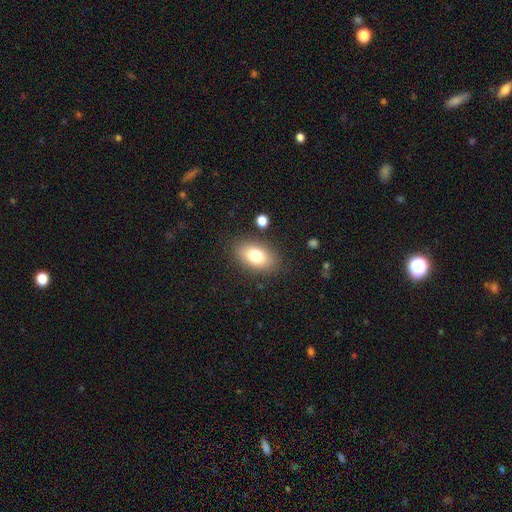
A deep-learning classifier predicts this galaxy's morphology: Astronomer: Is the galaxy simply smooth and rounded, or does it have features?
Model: smooth — 79%.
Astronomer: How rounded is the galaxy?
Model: in between — 89%.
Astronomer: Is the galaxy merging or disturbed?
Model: none — 84%.